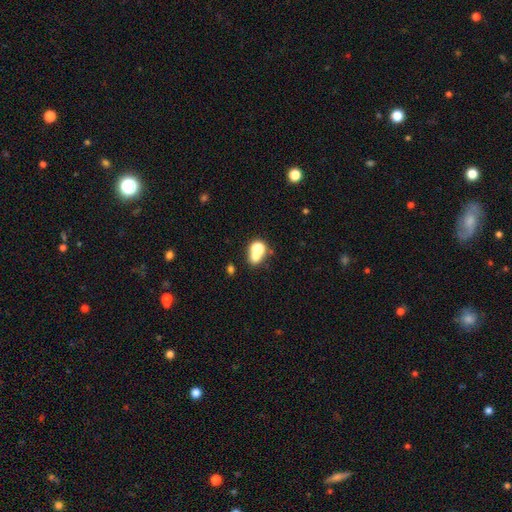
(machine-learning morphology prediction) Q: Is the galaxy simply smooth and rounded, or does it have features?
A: smooth — 65%.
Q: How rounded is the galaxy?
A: round — 58%.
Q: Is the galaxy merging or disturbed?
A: merger — 50%.